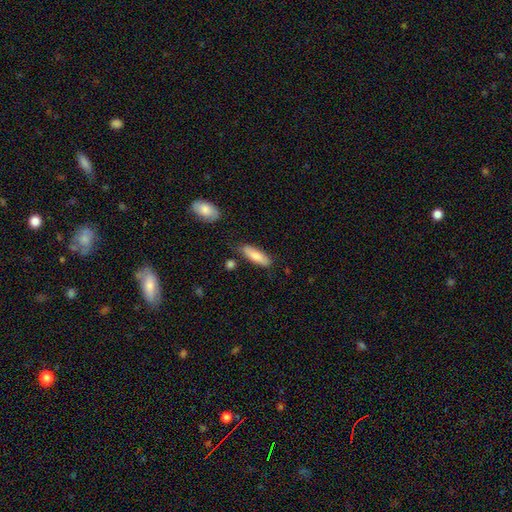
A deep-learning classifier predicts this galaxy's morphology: A smooth galaxy with no disk features (82%) that is in between round and cigar-shaped (51%).

Vote fractions:
- Smooth or featured? smooth: 82% / featured or disk: 12% / star or artifact: 6%
- How rounded? in between: 51% / cigar-shaped: 47% / round: 2%
- Merging? none: 77% / minor disturbance: 16% / merger: 4% / major disturbance: 3%